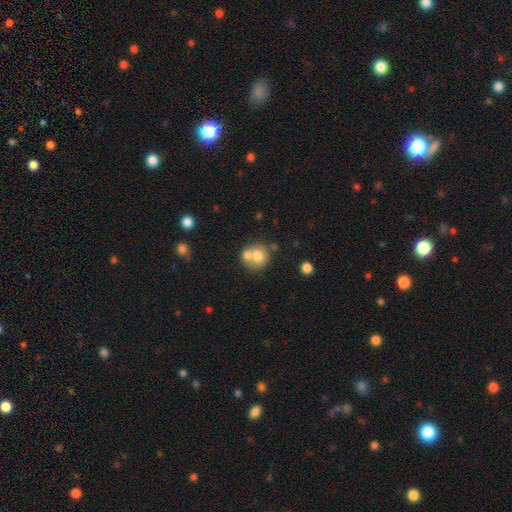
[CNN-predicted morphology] smooth-or-featured: smooth: 71% | featured or disk: 20% | star or artifact: 9%
  how-rounded: round: 79% | in between: 20% | cigar-shaped: 1%
  merging: merger: 52% | none: 36% | minor disturbance: 9% | major disturbance: 4%